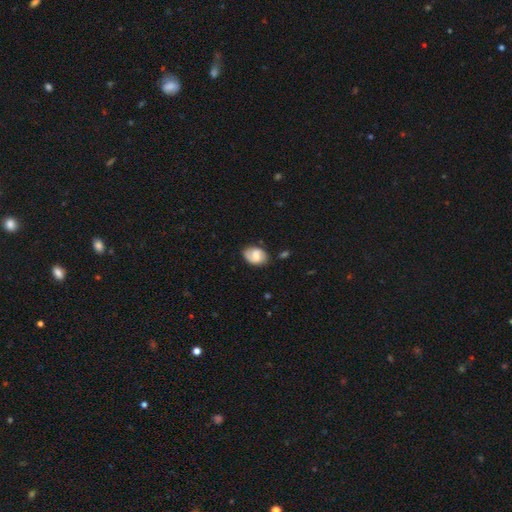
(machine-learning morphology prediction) Q: Smooth or featured?
A: smooth (53%); runner-up: featured or disk (39%)
Q: How rounded?
A: in between (76%); runner-up: round (23%)
Q: Merging?
A: none (68%); runner-up: minor disturbance (23%)